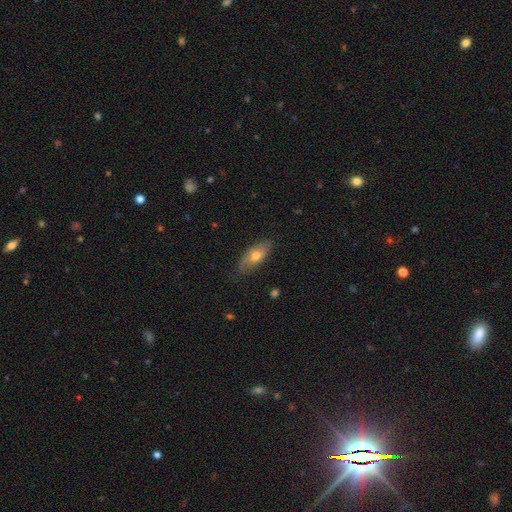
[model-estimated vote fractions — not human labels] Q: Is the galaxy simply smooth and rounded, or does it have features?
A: smooth — 64%.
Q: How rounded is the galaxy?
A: in between — 80%.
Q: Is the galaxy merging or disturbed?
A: none — 75%.